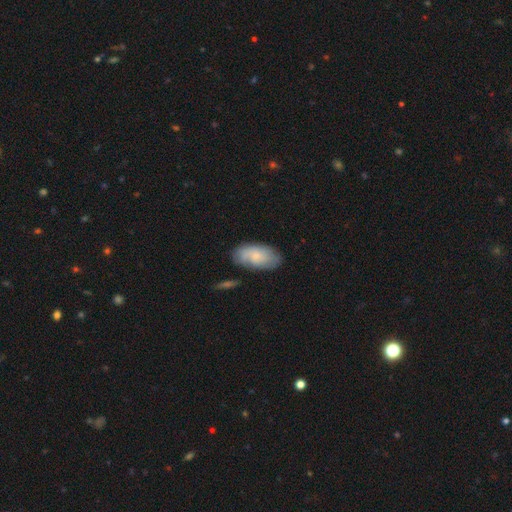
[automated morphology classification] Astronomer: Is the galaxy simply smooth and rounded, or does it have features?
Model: smooth — 60%.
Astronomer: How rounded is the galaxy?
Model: in between — 93%.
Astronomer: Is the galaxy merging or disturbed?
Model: none — 71%.